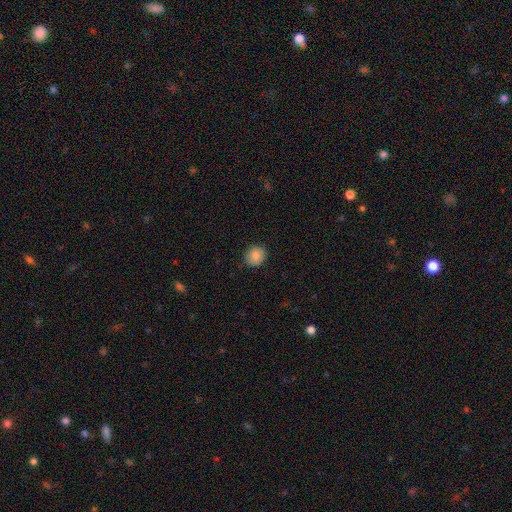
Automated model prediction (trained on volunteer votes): A smooth galaxy with no disk features (85%) that is round (76%).

Vote fractions:
- Smooth or featured? smooth: 85% / star or artifact: 9% / featured or disk: 6%
- How rounded? round: 76% / in between: 23% / cigar-shaped: 1%
- Merging? none: 88% / minor disturbance: 9% / major disturbance: 2% / merger: 1%